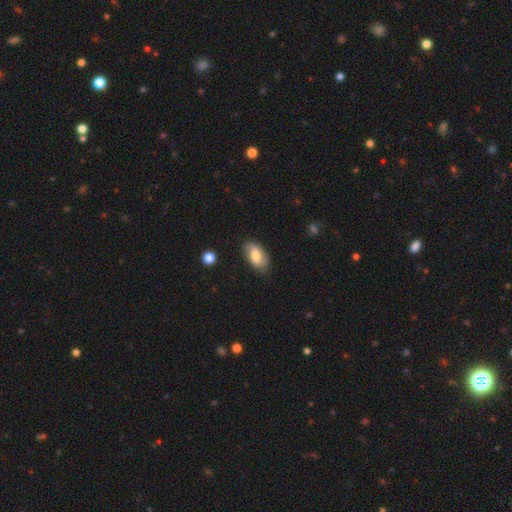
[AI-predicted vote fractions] smooth 62%, featured or disk 31%, star or artifact 7%. Down the decision tree: how rounded — in between (92%); merging — none (74%).